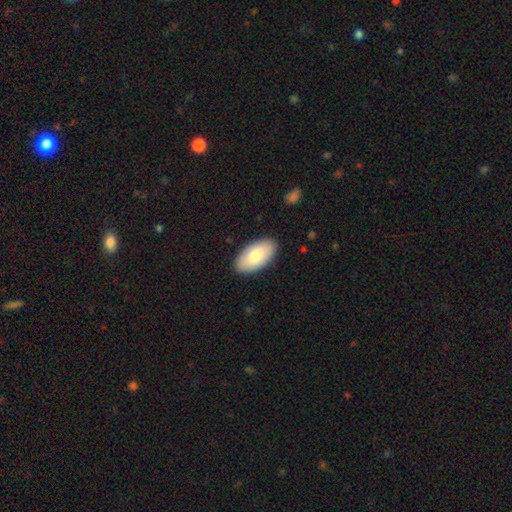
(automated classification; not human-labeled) Overall: smooth (80%). How rounded: in between (96%). Merging: none (89%).